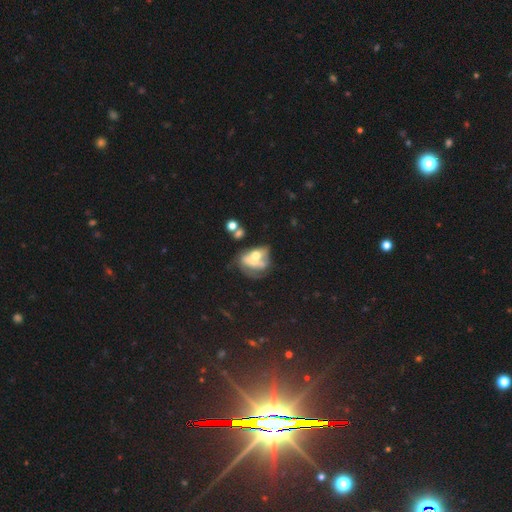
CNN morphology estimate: This is possibly a featured or disk galaxy (48%). Merging: possibly merger (51%).